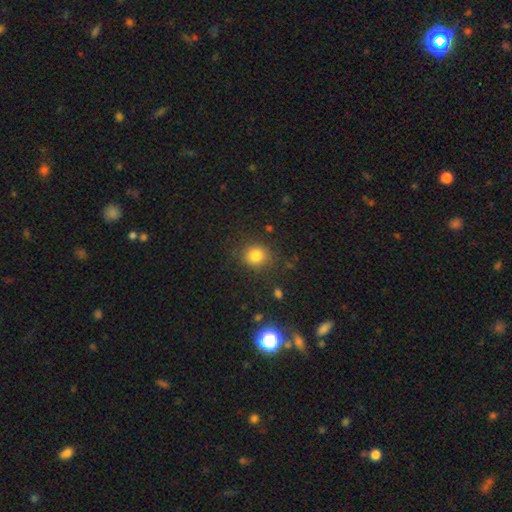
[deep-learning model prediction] Morphology: type=smooth (81%); roundness=round (79%); merging=none (84%).